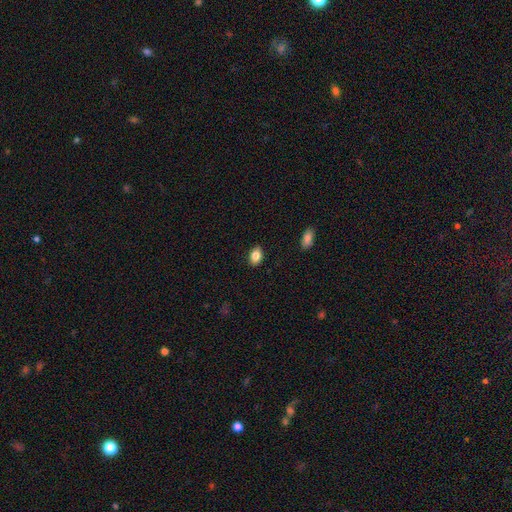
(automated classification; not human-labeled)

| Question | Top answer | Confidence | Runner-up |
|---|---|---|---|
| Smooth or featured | smooth | 85% | star or artifact (8%) |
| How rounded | in between | 84% | round (14%) |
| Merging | none | 88% | minor disturbance (9%) |